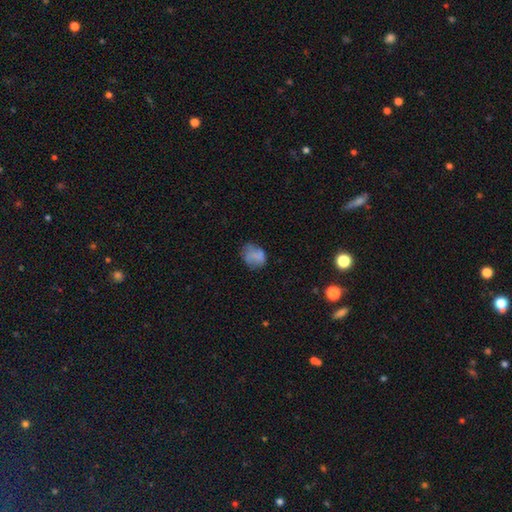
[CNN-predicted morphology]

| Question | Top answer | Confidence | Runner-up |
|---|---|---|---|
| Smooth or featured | smooth | 69% | featured or disk (20%) |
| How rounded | in between | 51% | round (48%) |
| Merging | none | 51% | minor disturbance (29%) |